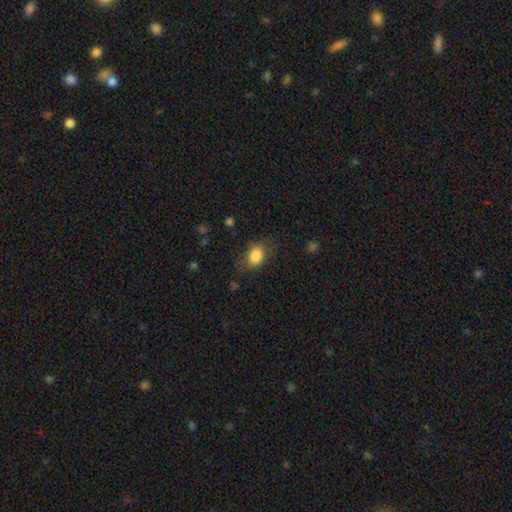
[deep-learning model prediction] A smooth galaxy with no disk features (84%) that is in between round and cigar-shaped (72%). Merging: none (70%).